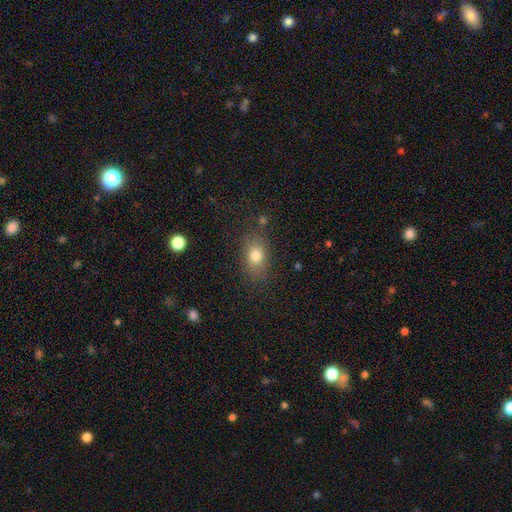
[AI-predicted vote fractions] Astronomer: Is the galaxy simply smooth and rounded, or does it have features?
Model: smooth — 77%.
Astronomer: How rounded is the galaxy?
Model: in between — 76%.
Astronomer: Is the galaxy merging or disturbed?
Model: none — 80%.